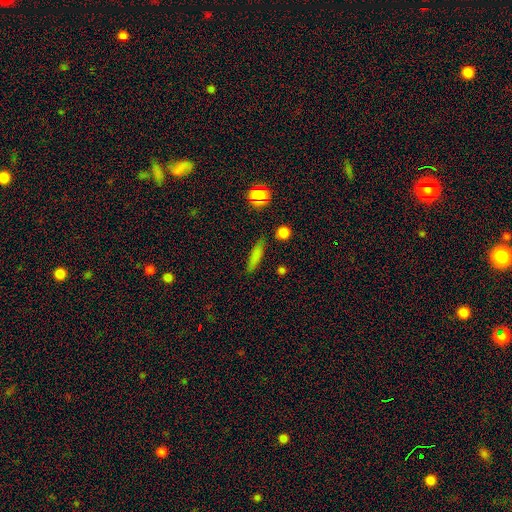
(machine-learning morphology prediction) This is likely a smooth galaxy (75%). How rounded: likely cigar-shaped (76%). Merging: likely none (79%).